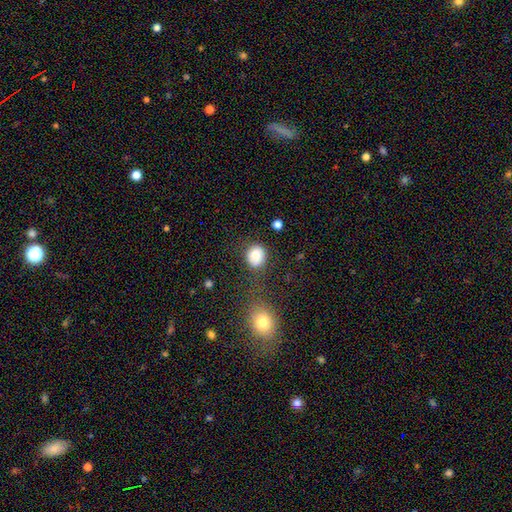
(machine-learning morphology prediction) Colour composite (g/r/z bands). It shows a smooth galaxy with no disk features (83%) that is round (72%). Merging: none (75%).